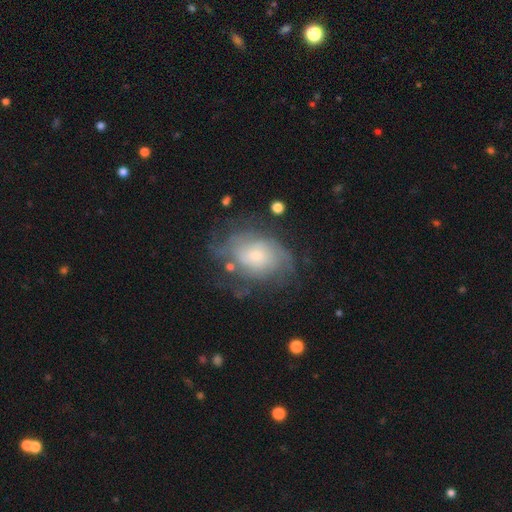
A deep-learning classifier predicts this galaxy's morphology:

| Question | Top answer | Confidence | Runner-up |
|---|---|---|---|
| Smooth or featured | featured or disk | 66% | smooth (27%) |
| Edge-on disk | no | 96% | yes (4%) |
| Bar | no | 73% | weak (23%) |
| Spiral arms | yes | 79% | no (21%) |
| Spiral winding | tight | 51% | medium (33%) |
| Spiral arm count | can't tell | 56% | 2 (17%) |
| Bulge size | small | 54% | moderate (35%) |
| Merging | none | 55% | minor disturbance (24%) |